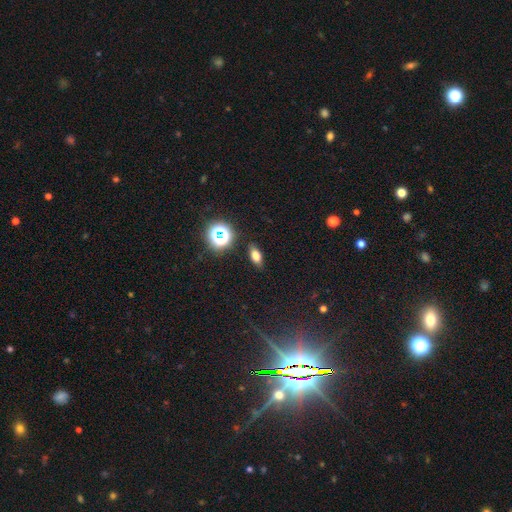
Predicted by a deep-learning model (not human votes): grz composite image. It shows a smooth galaxy with no disk features (72%) that is in between round and cigar-shaped (78%). Merging: none (87%).